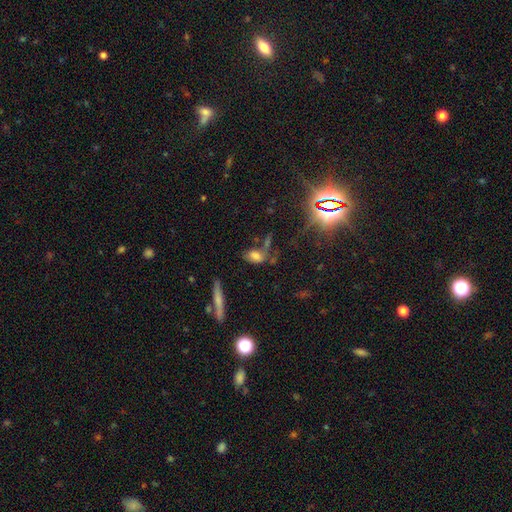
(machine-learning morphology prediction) smooth-or-featured: smooth: 69% | star or artifact: 16% | featured or disk: 14%
  how-rounded: in between: 87% | round: 8% | cigar-shaped: 5%
  merging: none: 50% | minor disturbance: 22% | merger: 17% | major disturbance: 11%